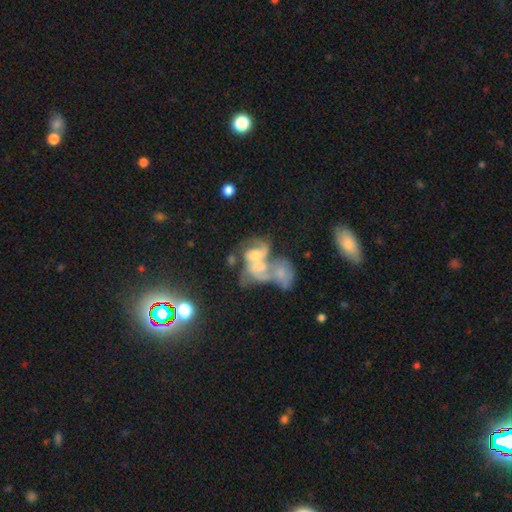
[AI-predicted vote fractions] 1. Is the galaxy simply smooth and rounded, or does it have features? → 40% featured or disk, 39% star or artifact, 21% smooth.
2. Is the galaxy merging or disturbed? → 52% merger, 24% none, 14% major disturbance, 10% minor disturbance.